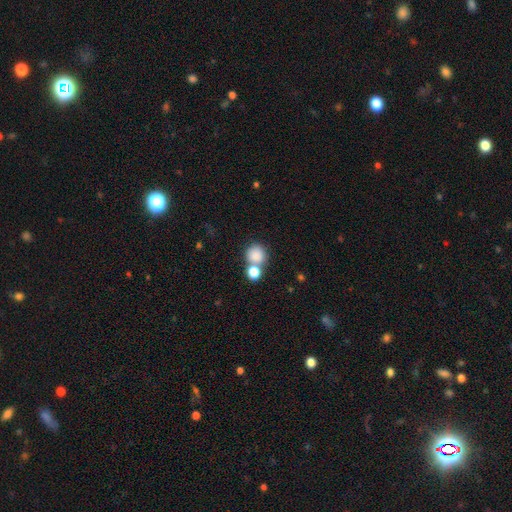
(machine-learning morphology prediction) A smooth galaxy with no disk features (83%) that is round (86%).

Vote fractions:
- Smooth or featured? smooth: 83% / star or artifact: 11% / featured or disk: 6%
- How rounded? round: 86% / in between: 13% / cigar-shaped: 1%
- Merging? none: 52% / merger: 35% / minor disturbance: 9% / major disturbance: 4%